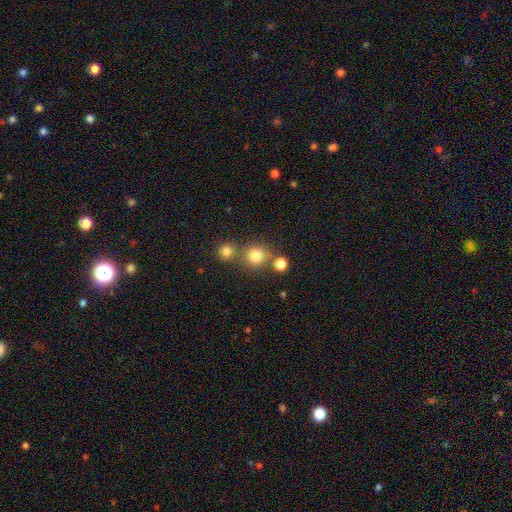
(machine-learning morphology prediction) This appears to be a smooth galaxy with no disk features (78%) that is round (89%). Merging: none (66%).